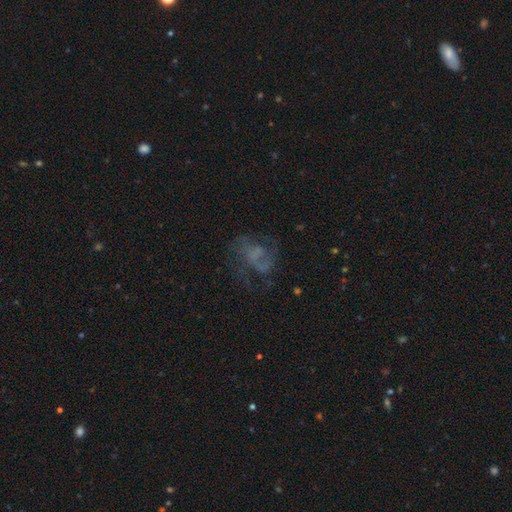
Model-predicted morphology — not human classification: Overall: featured or disk (58%; smooth 24%). Edge-on disk: no (98%). Bar: no (71%). Spiral arms: yes (63%; no 37%). Bulge size: none (65%). Merging: none (47%; major disturbance 32%).